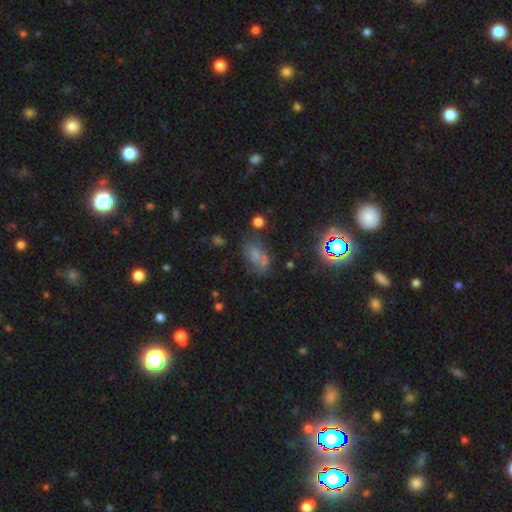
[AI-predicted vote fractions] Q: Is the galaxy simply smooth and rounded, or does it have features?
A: smooth — 49%.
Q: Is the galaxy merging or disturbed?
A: none — 43%.